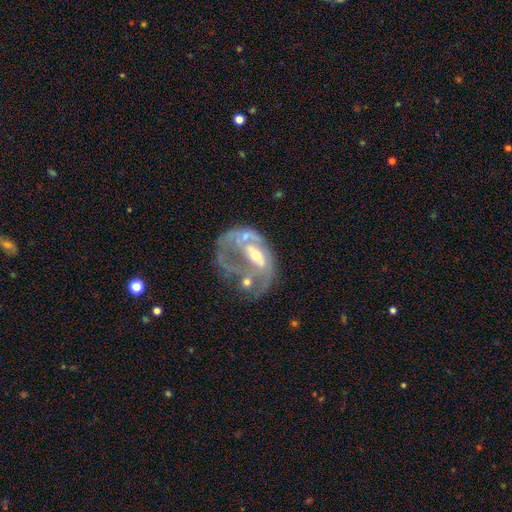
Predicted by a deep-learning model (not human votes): A featured or disk galaxy (74%) with no bar (59%), no spiral arms (52%) and a moderate central bulge (50%). Merging: major disturbance (36%).